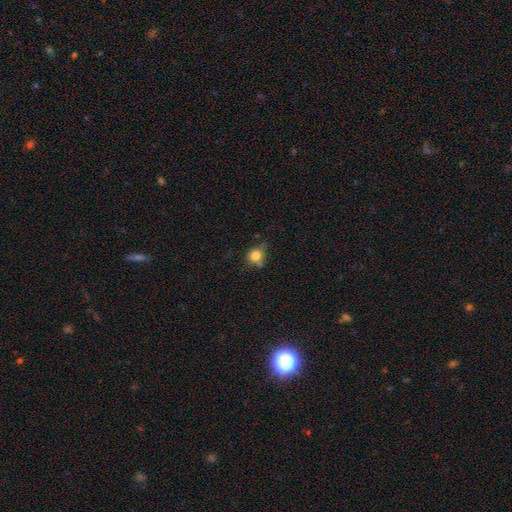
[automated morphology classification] This is likely a smooth galaxy (78%). How rounded: likely round (78%). Merging: possibly none (55%).